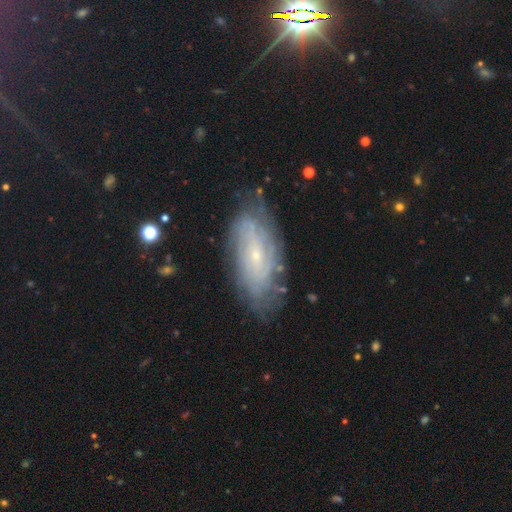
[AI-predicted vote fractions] smooth-or-featured: featured or disk: 72% | smooth: 20% | star or artifact: 7%
  disk-edge-on: no: 91% | yes: 9%
    bar: no: 66% | weak: 28% | strong: 6%
    has-spiral-arms: yes: 87% | no: 13%
      spiral-winding: tight: 68% | medium: 24% | loose: 8%
      spiral-arm-count: can't tell: 60% | 2: 13% | 4: 9% | 3: 8% | more than 4: 6% | 1: 4%
    bulge-size: small: 80% | moderate: 15% | none: 3% | large: 1% | dominant: 1%
  merging: none: 73% | minor disturbance: 19% | major disturbance: 6% | merger: 2%